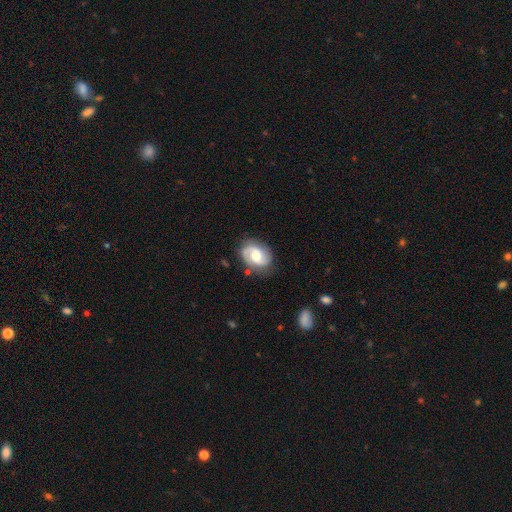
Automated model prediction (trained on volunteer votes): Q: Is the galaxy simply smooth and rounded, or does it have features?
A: featured or disk — 76%.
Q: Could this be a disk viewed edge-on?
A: no — 98%.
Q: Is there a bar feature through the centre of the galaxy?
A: weak — 46%.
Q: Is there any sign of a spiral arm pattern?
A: yes — 93%.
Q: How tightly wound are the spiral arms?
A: medium — 47%.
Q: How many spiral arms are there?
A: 2 — 88%.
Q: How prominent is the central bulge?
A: moderate — 66%.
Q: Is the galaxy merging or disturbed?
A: none — 78%.